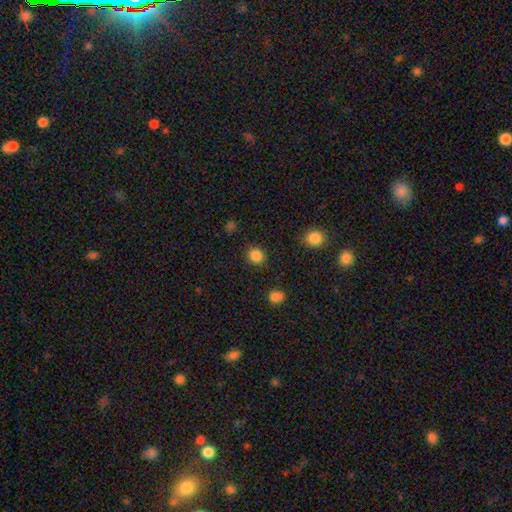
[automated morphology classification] A smooth galaxy with no disk features (86%) that is round (80%). Merging: none (89%).